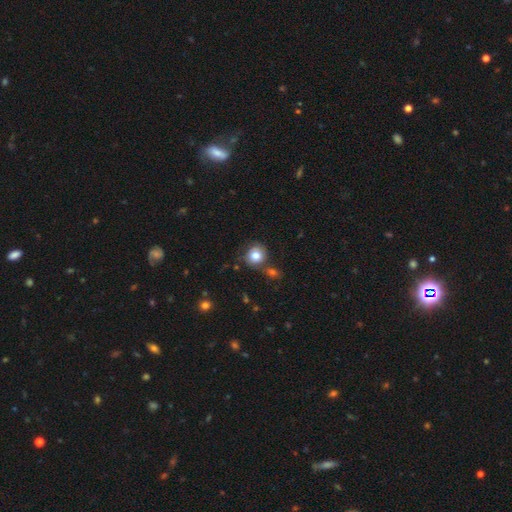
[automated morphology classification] type=smooth (80%); roundness=round (82%); merging=none (66%).